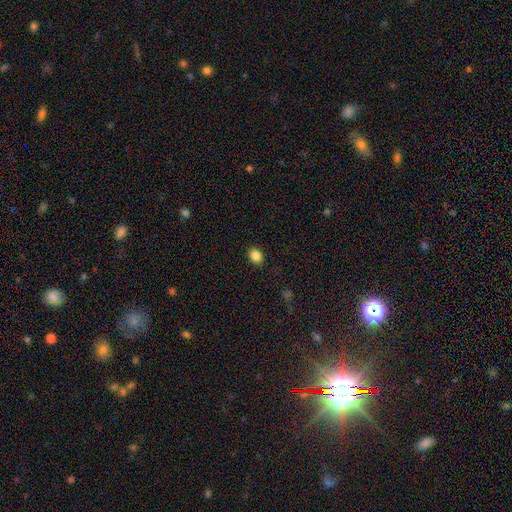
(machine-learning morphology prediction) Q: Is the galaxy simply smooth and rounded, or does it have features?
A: smooth — 86%.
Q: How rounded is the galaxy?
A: in between — 50%.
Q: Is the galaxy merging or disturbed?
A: none — 90%.